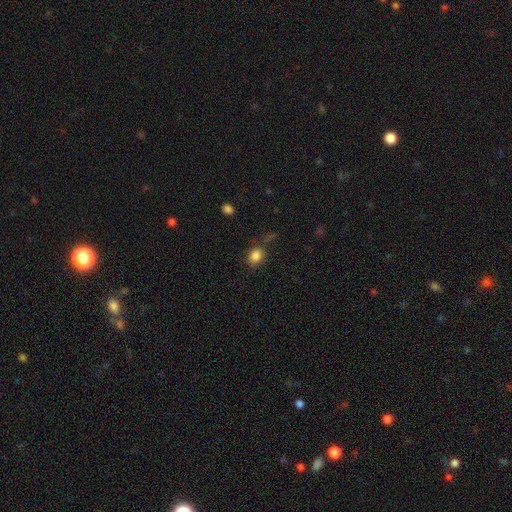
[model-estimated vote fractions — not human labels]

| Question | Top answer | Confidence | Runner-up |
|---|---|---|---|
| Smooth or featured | smooth | 84% | star or artifact (11%) |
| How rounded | round | 64% | in between (35%) |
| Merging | none | 74% | minor disturbance (16%) |